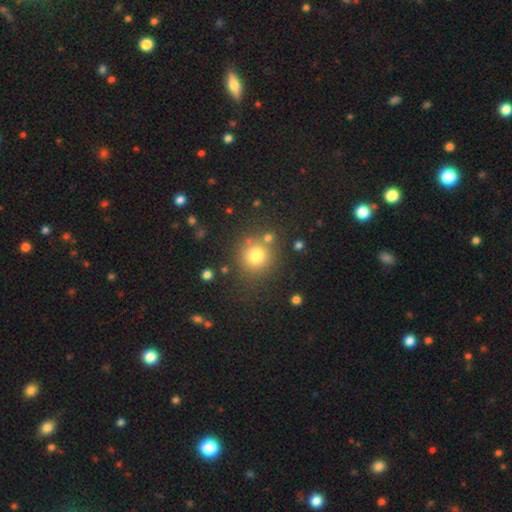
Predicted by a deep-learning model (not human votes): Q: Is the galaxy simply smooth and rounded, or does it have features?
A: smooth — 76%.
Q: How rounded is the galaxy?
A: round — 92%.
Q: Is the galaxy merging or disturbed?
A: none — 79%.